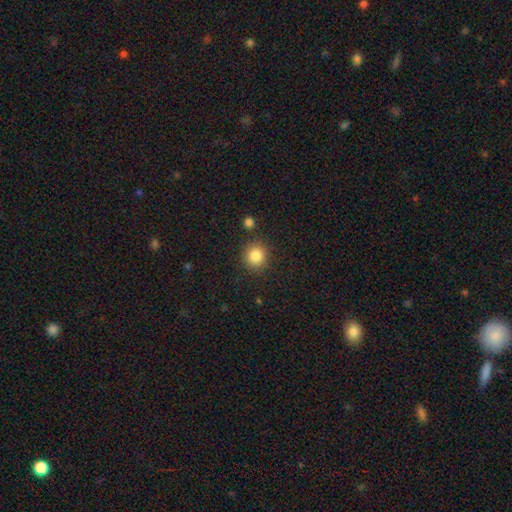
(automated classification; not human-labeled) Smooth or featured? smooth (85%)
How rounded? round (91%)
Merging? none (86%)